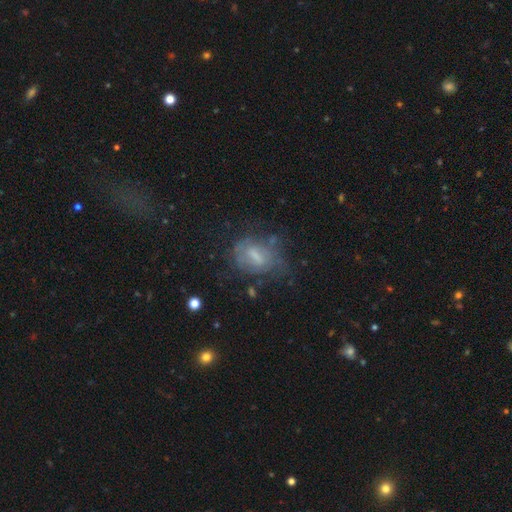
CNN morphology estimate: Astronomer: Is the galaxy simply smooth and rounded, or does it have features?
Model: featured or disk — 56% (runner-up: smooth, 33%).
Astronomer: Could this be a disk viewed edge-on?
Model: no — 93%.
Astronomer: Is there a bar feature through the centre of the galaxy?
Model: weak — 51%.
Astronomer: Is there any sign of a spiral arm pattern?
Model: yes — 59% (runner-up: no, 41%).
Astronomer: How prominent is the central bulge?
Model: moderate — 34% (runner-up: small, 32%).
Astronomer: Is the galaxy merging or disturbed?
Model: none — 49% (runner-up: minor disturbance, 26%).